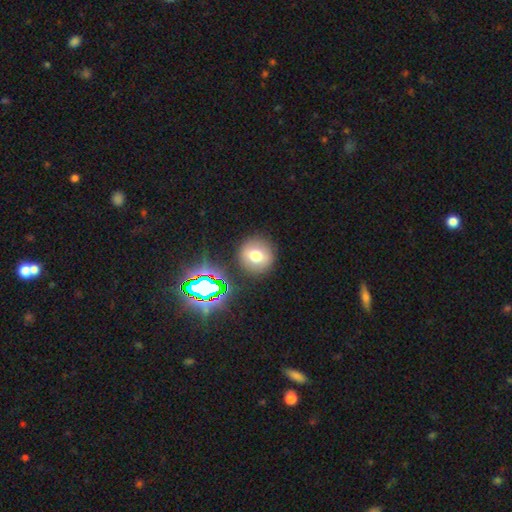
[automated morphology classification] A smooth galaxy with no disk features (65%) that is round (93%). Merging: none (88%).